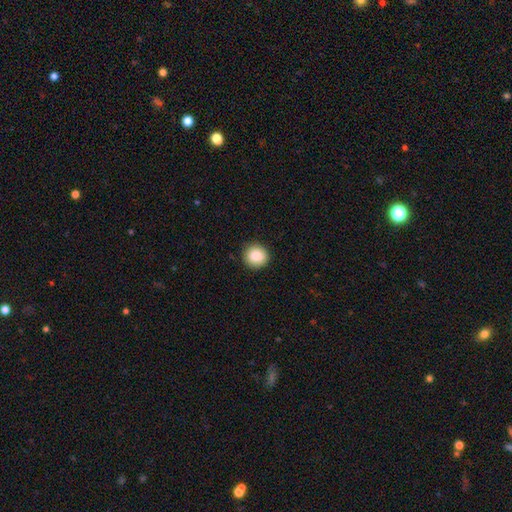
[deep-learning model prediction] Smooth or featured? Predicted: smooth (p=0.87). How rounded? Predicted: round (p=0.93). Merging? Predicted: none (p=0.90).